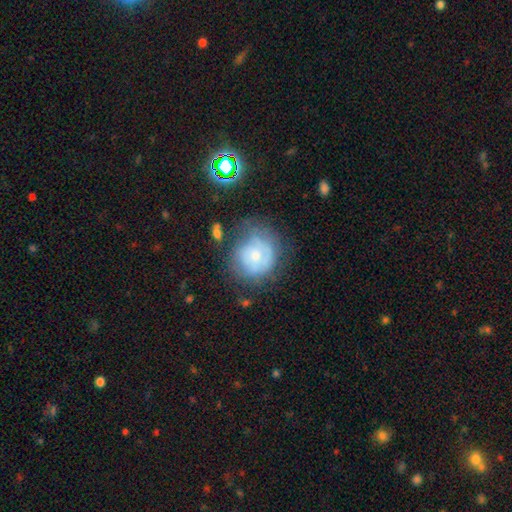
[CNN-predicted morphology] Smooth or featured? Predicted: featured or disk (p=0.51). Edge-on disk? Predicted: no (p=0.97). Merging? Predicted: none (p=0.49).